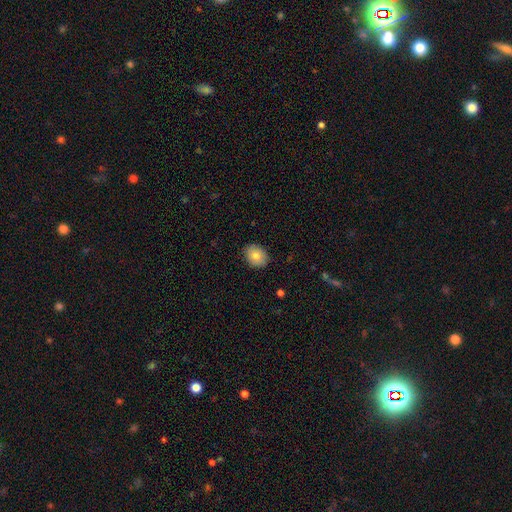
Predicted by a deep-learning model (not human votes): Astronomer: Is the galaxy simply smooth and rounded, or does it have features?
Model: smooth — 80%.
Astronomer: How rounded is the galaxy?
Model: in between — 56% (runner-up: round, 44%).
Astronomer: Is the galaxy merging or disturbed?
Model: none — 87%.